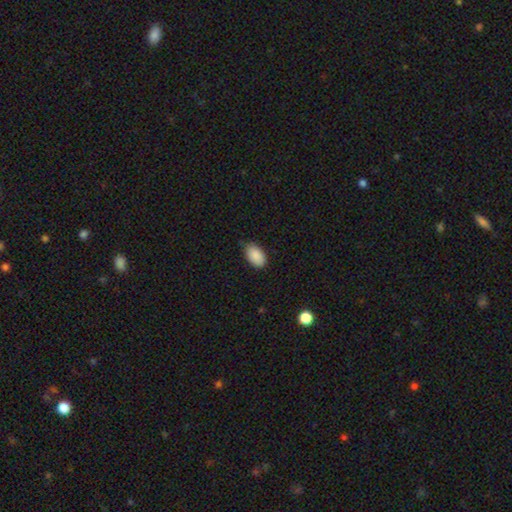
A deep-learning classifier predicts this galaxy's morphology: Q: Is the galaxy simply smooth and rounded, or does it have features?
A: smooth — 89%.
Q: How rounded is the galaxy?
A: in between — 93%.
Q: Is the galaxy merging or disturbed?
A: none — 74%.